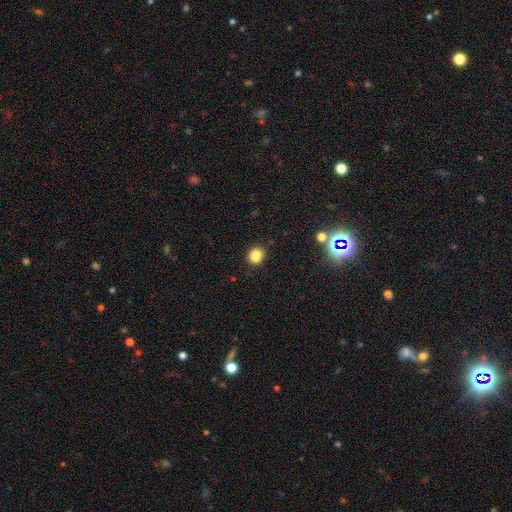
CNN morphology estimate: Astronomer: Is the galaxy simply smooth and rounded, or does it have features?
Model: smooth — 84%.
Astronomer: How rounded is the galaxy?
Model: round — 79%.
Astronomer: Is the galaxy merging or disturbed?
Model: none — 87%.